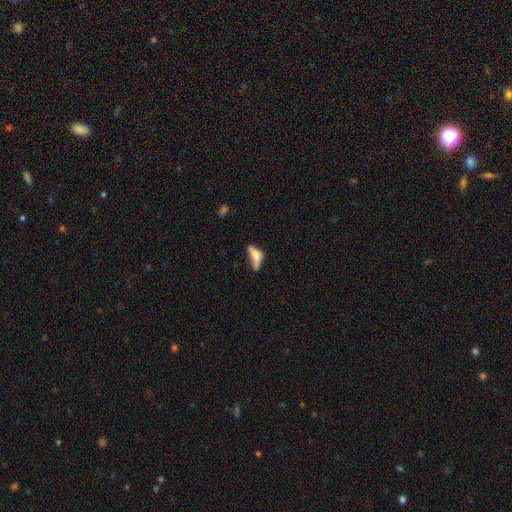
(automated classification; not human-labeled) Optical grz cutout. It shows a smooth galaxy with no disk features (60%) that is in between round and cigar-shaped (70%). Merging: major disturbance (30%).